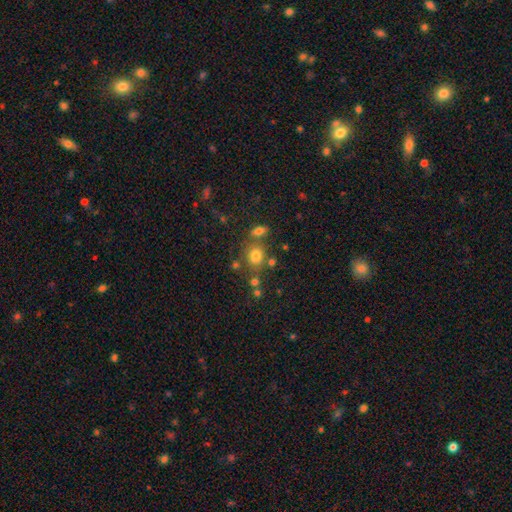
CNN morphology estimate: Q: Smooth or featured?
A: smooth (75%); runner-up: star or artifact (15%)
Q: How rounded?
A: round (66%); runner-up: in between (33%)
Q: Merging?
A: none (63%); runner-up: merger (19%)